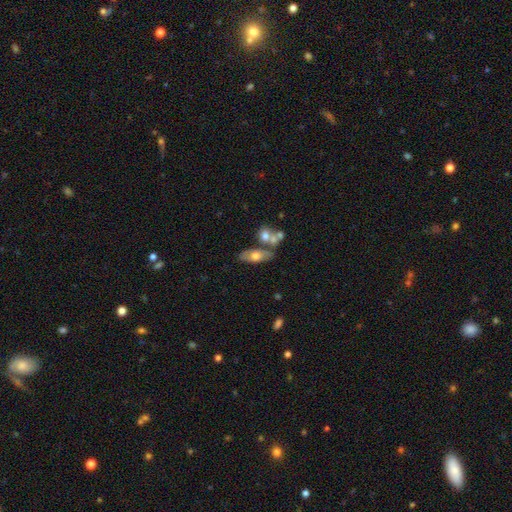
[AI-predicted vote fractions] The model was most divided on "smooth or featured": smooth: 55%, featured or disk: 37%, star or artifact: 7%. More confident: how rounded — in between (77%); merging — none (52%).